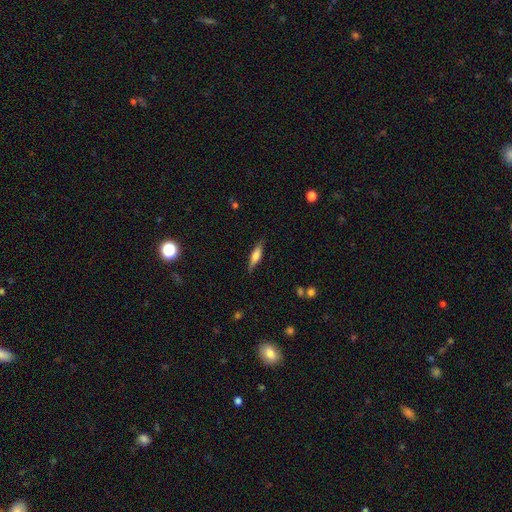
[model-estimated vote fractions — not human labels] A smooth galaxy with no disk features (53%) that is cigar-shaped (67%).

Vote fractions:
- Smooth or featured? smooth: 53% / featured or disk: 40% / star or artifact: 7%
- How rounded? cigar-shaped: 67% / in between: 31% / round: 2%
- Merging? none: 84% / minor disturbance: 12% / major disturbance: 2% / merger: 1%